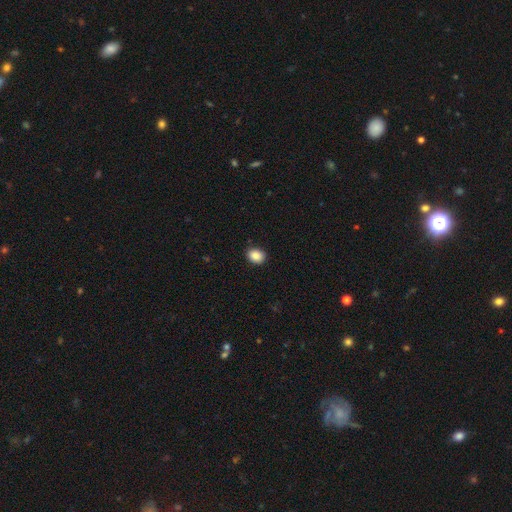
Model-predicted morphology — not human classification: smooth 89%, star or artifact 9%, featured or disk 3%. Down the decision tree: how rounded — in between (52%); merging — none (89%).